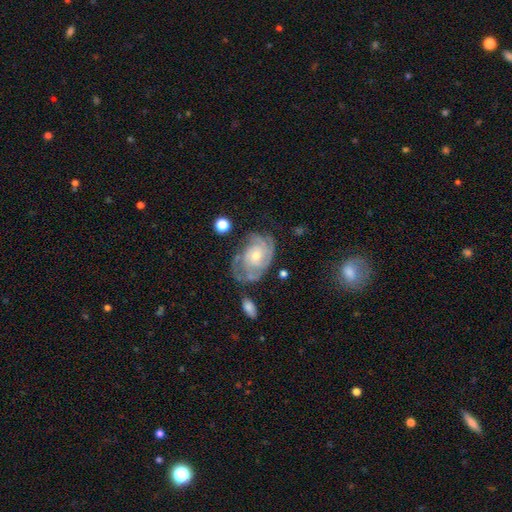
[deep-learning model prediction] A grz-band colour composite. It shows a featured or disk galaxy (83%) with no bar (75%), tight (67%) spiral arms (94%) and a moderate central bulge (49%). Merging: none (60%).